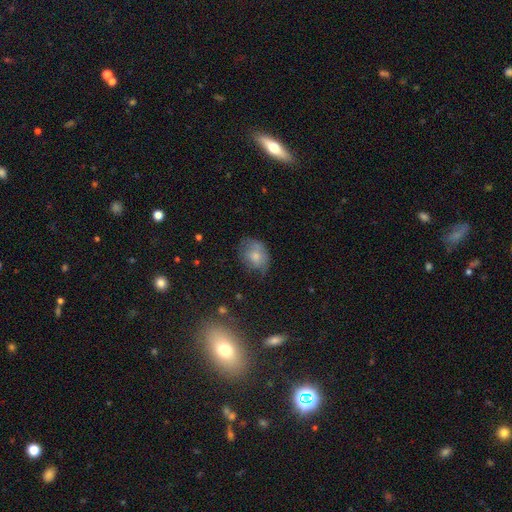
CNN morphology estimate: type=smooth (66%); roundness=in between (62%); merging=none (51%).